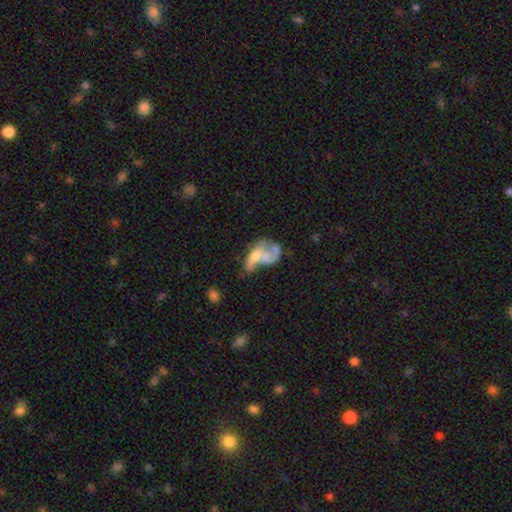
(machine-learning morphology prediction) This is possibly a featured or disk galaxy (53%). It is clearly not viewed edge-on (95%). Bar: clearly no (84%). Spiral arm pattern: likely no (78%). Central bulge: marginally moderate (35%). Merging: marginally merger (41%).